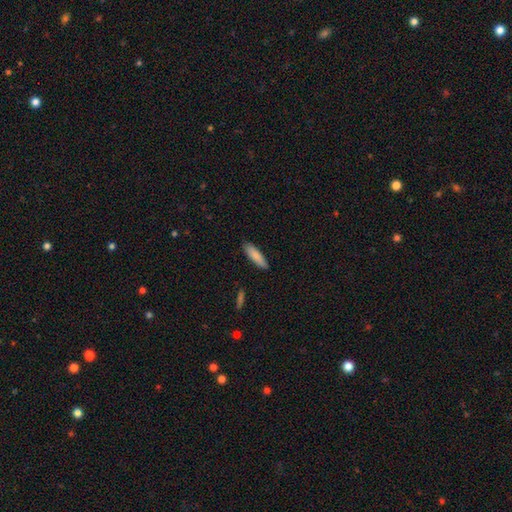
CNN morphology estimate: Q: Smooth or featured?
A: smooth (85%); runner-up: featured or disk (9%)
Q: How rounded?
A: cigar-shaped (66%); runner-up: in between (33%)
Q: Merging?
A: none (86%); runner-up: minor disturbance (11%)